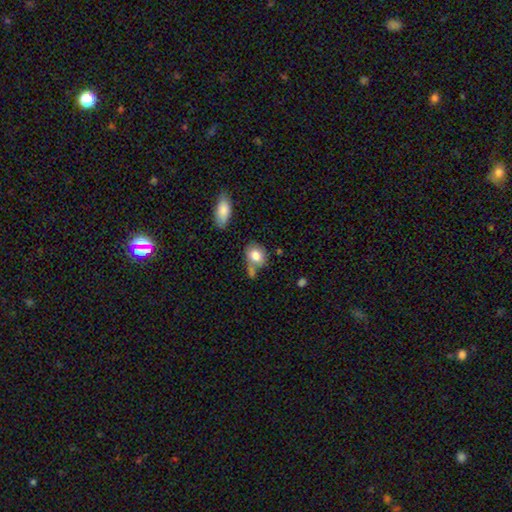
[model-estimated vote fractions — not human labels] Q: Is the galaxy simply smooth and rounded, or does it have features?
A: smooth — 81%.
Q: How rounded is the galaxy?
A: in between — 53%.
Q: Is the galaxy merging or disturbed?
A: none — 49%.